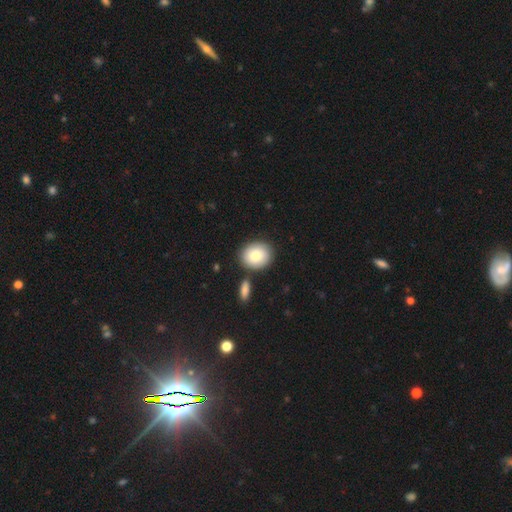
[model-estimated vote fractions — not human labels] smooth 83%, featured or disk 10%, star or artifact 7%. Down the decision tree: how rounded — round (62%); merging — none (78%).